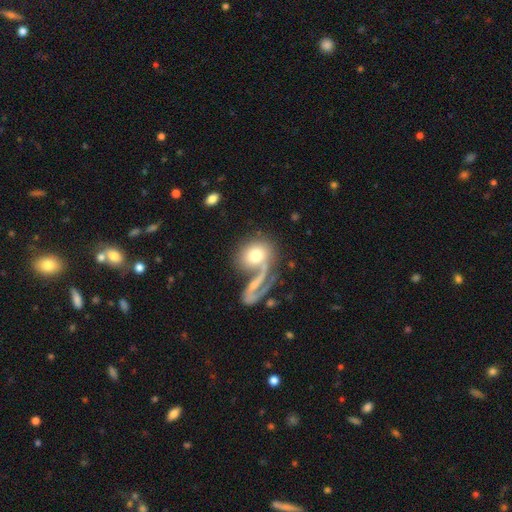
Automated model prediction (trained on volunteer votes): Overall: smooth (61%; featured or disk 31%). How rounded: round (65%; in between 33%). Merging: merger (37%; none 35%).